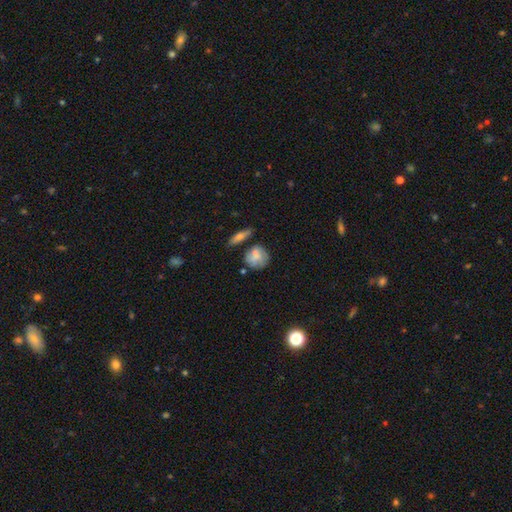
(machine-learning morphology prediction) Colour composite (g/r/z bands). It shows a smooth galaxy with no disk features (65%) that is round (70%). Merging: none (54%).